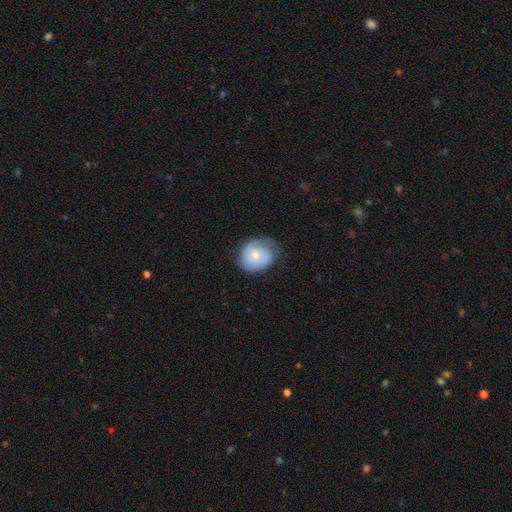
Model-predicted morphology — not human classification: Q: Smooth or featured?
A: smooth (55%); runner-up: featured or disk (39%)
Q: How rounded?
A: round (63%); runner-up: in between (36%)
Q: Merging?
A: none (56%); runner-up: minor disturbance (32%)